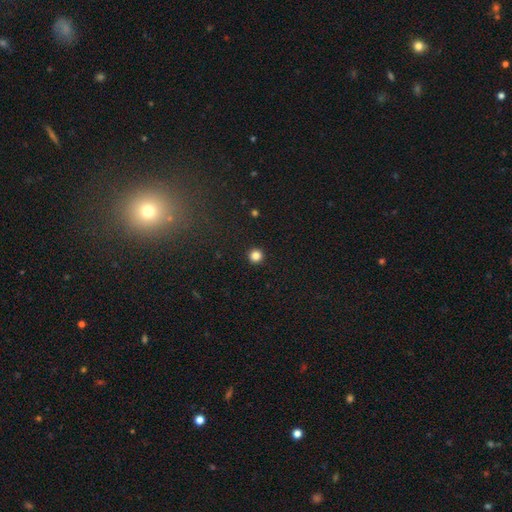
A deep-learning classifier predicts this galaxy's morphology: type=smooth (85%); roundness=round (96%); merging=none (94%).